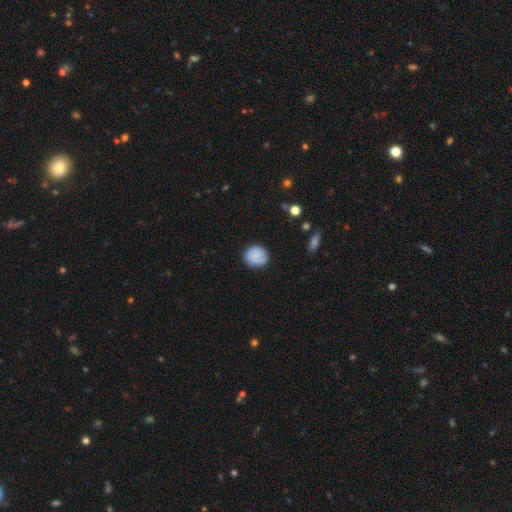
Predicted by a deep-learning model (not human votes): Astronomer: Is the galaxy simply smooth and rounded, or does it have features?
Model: smooth — 82%.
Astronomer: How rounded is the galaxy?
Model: round — 83%.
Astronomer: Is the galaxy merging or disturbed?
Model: none — 80%.